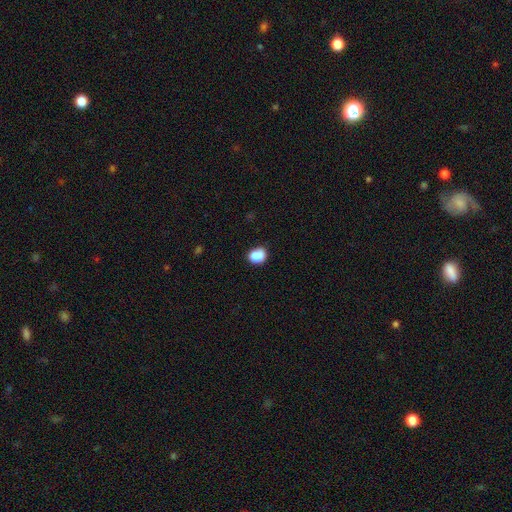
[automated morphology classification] type=smooth (82%); roundness=round (52%); merging=none (54%).